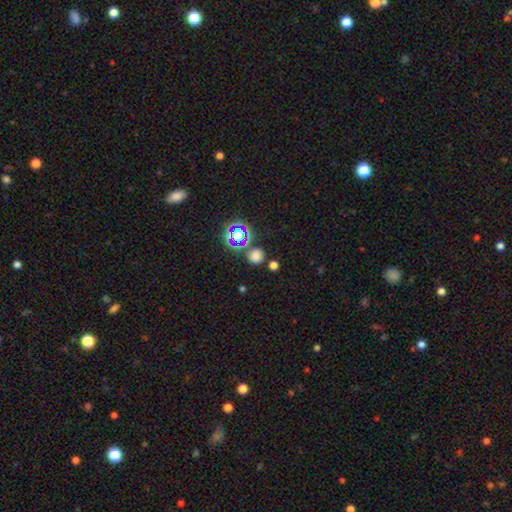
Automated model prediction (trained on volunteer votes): Morphology: type=smooth (65%); roundness=round (89%); merging=none (76%).